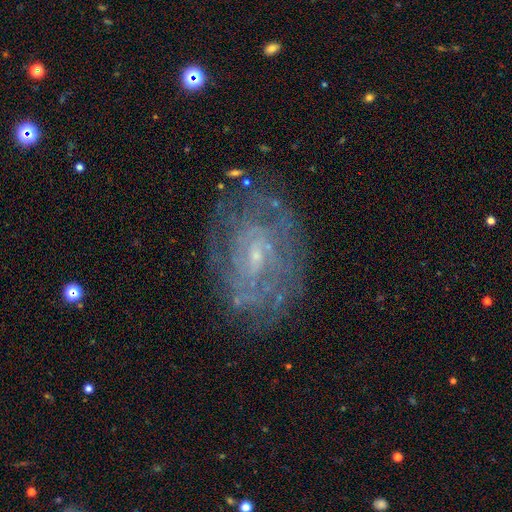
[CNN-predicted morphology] This is likely a featured or disk galaxy (77%). It is clearly not viewed edge-on (96%). Bar: possibly no (47%). Spiral arm pattern: clearly yes (80%). Spiral arm count: possibly can't tell (58%). Spiral winding: likely tight (66%). Central bulge: likely small (75%). Merging: likely none (72%).